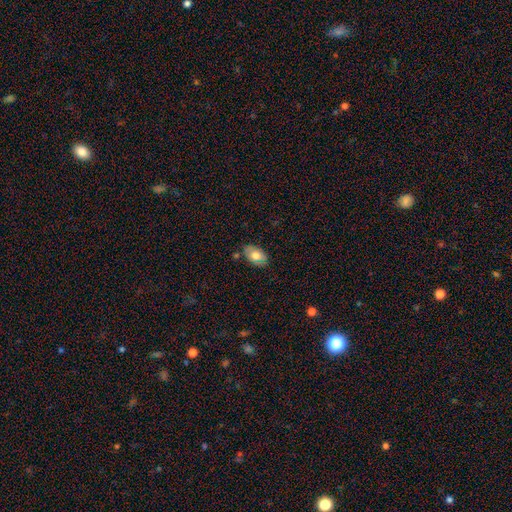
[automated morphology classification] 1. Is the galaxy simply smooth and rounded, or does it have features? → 69% smooth, 24% featured or disk, 7% star or artifact.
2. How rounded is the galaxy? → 92% in between, 7% round, 1% cigar-shaped.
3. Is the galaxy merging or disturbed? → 78% none, 16% minor disturbance, 4% merger, 3% major disturbance.